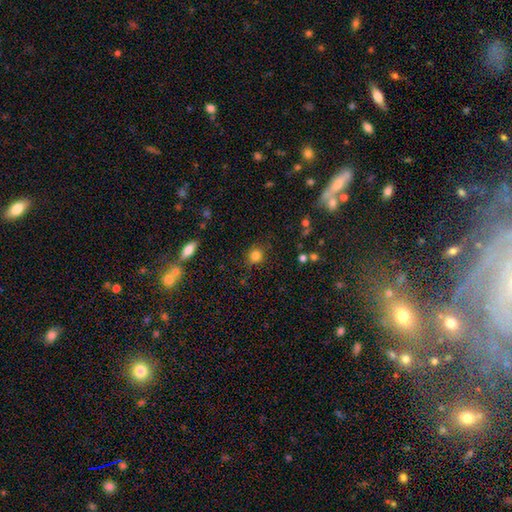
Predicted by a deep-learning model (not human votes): Smooth or featured?
  - smooth: 83% *
  - star or artifact: 11%
  - featured or disk: 6%
How rounded?
  - round: 84% *
  - in between: 15%
  - cigar-shaped: 1%
Merging?
  - none: 83% *
  - minor disturbance: 11%
  - major disturbance: 3%
  - merger: 2%